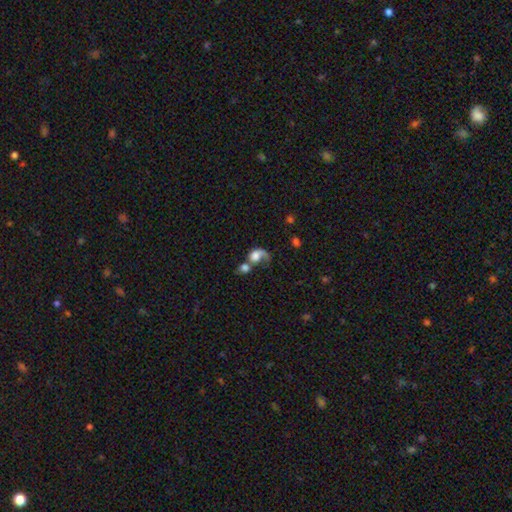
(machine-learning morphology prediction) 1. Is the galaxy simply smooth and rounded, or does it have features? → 52% smooth, 37% featured or disk, 10% star or artifact.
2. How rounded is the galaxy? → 52% round, 46% in between, 2% cigar-shaped.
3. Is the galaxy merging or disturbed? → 50% merger, 25% major disturbance, 16% none, 9% minor disturbance.